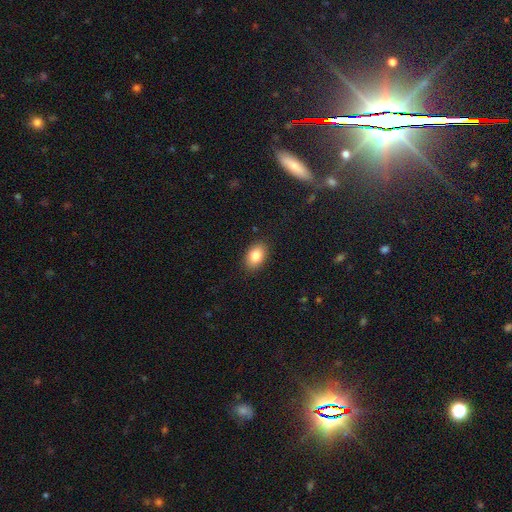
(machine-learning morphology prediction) Smooth or featured: smooth — 85% (star or artifact — 8%)
How rounded: in between — 88% (round — 11%)
Merging: none — 88% (minor disturbance — 9%)